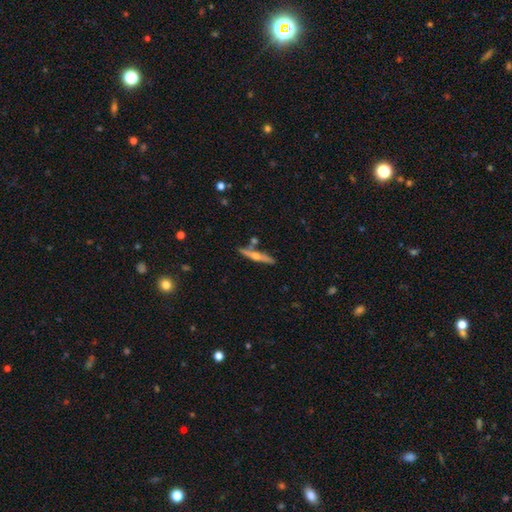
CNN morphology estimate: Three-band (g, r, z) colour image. It shows a featured or disk galaxy (67%) viewed edge-on (96%) with a rounded central bulge (88%). Merging: none (81%).